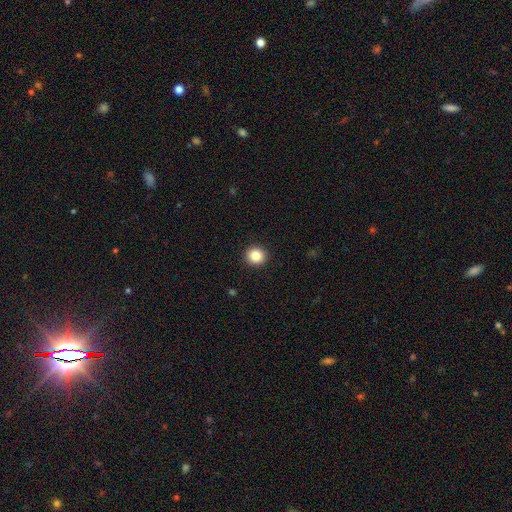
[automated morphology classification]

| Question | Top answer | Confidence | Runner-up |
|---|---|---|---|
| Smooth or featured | smooth | 85% | star or artifact (10%) |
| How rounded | round | 92% | in between (7%) |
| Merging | none | 93% | minor disturbance (4%) |